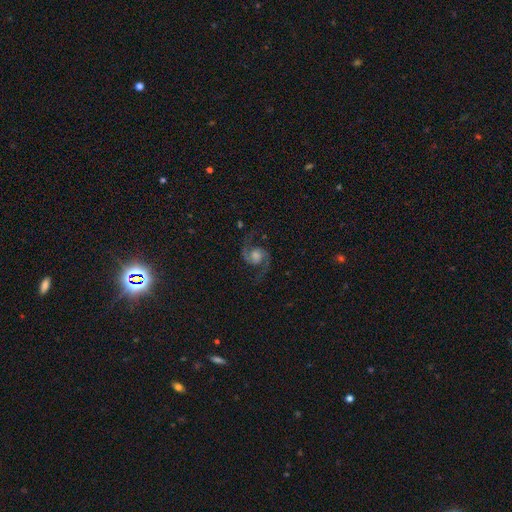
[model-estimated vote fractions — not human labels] This appears to be a featured or disk galaxy (89%) with no bar (67%), 2 (95%) medium (49%) spiral arms (98%) and a moderate central bulge (39%). Merging: none (81%).